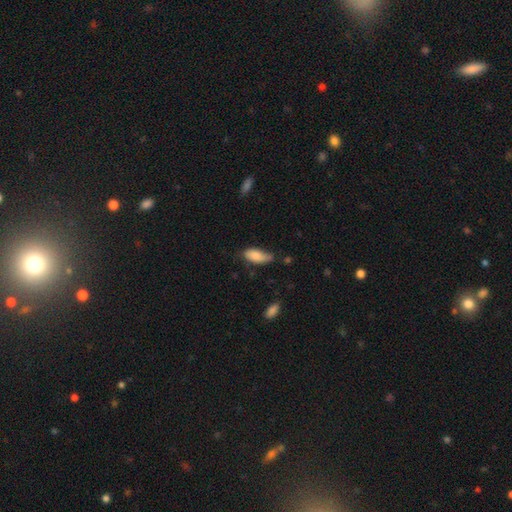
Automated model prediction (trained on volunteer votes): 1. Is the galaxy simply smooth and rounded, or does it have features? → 81% smooth, 12% featured or disk, 7% star or artifact.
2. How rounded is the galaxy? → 85% in between, 13% cigar-shaped, 2% round.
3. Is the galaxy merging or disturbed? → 49% none, 38% minor disturbance, 9% major disturbance, 4% merger.